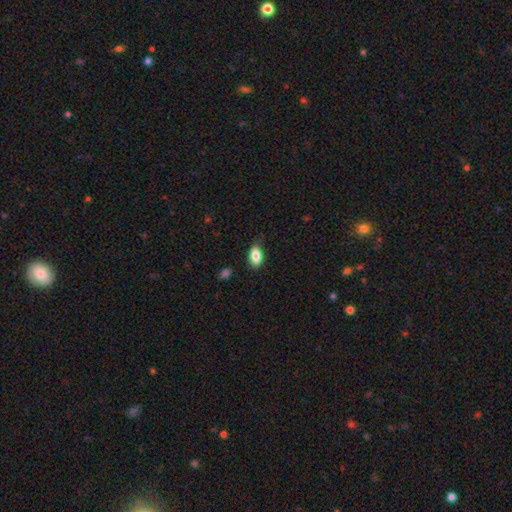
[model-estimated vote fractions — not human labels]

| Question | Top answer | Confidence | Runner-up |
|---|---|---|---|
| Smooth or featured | smooth | 85% | featured or disk (8%) |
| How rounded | in between | 90% | round (6%) |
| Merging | none | 72% | minor disturbance (23%) |